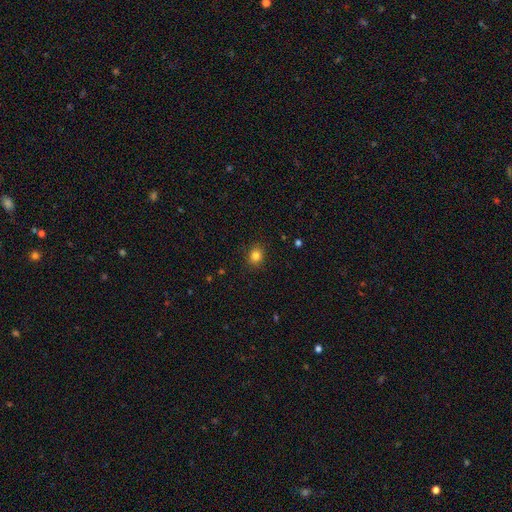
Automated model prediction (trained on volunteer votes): A smooth galaxy with no disk features (83%) that is round (73%). Merging: none (90%).